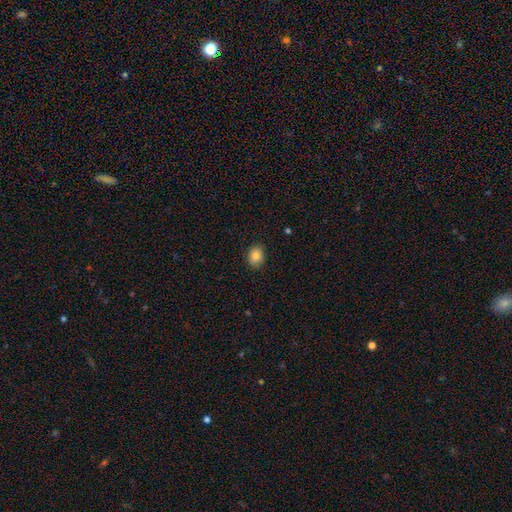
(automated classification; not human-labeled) A smooth galaxy with no disk features (84%) that is in between round and cigar-shaped (57%). Merging: none (88%).